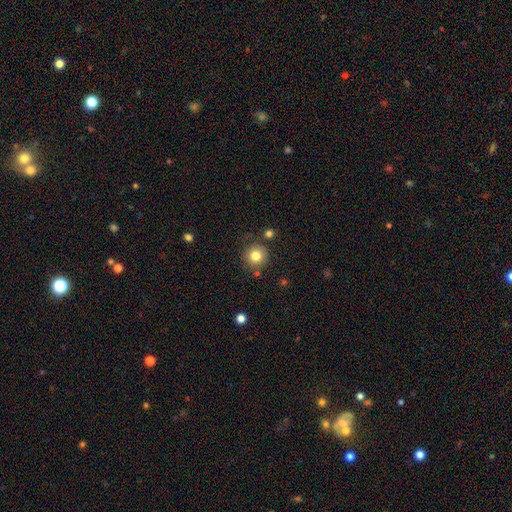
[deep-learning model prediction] Q: Smooth or featured?
A: smooth (81%); runner-up: star or artifact (11%)
Q: How rounded?
A: round (93%); runner-up: in between (6%)
Q: Merging?
A: none (81%); runner-up: minor disturbance (10%)